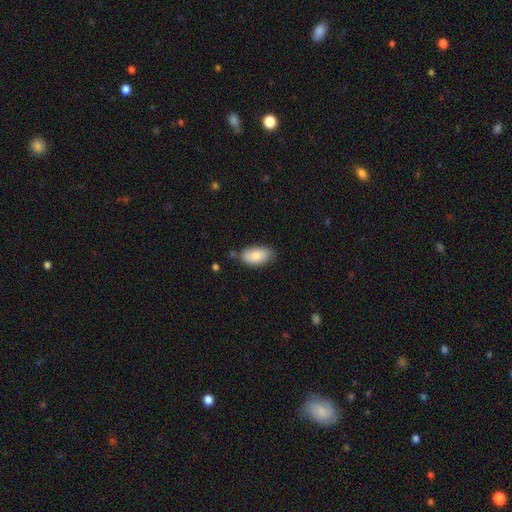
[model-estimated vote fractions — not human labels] Smooth or featured: smooth — 84% (featured or disk — 10%)
How rounded: in between — 94% (round — 3%)
Merging: none — 72% (minor disturbance — 21%)